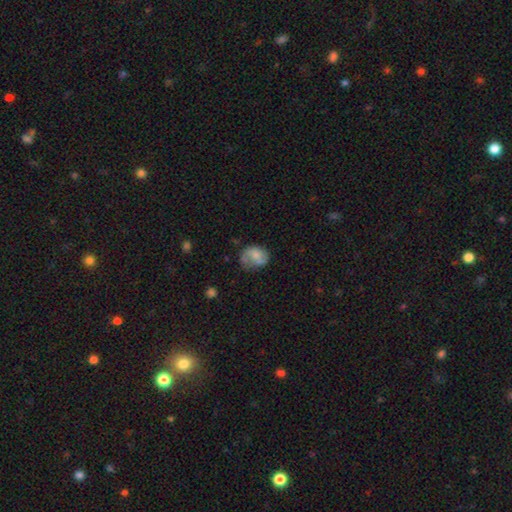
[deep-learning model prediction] Smooth or featured: smooth — 59% (featured or disk — 33%)
How rounded: in between — 55% (round — 44%)
Merging: none — 43% (minor disturbance — 32%)